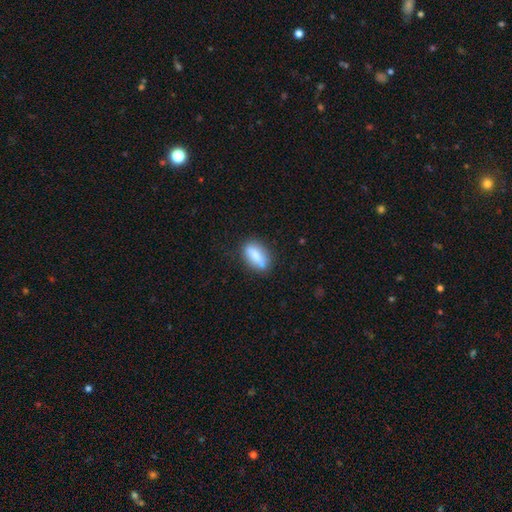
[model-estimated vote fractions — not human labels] Smooth or featured? Predicted: smooth (p=0.70). How rounded? Predicted: in between (p=0.73). Merging? Predicted: none (p=0.71).